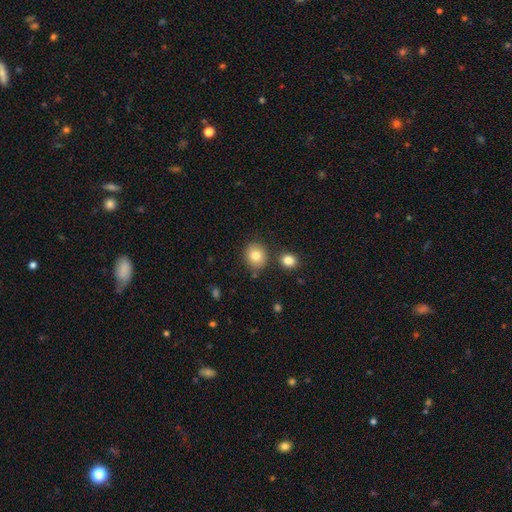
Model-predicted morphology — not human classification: The model was most divided on "how rounded": round: 78%, in between: 21%, cigar-shaped: 1%. More confident: smooth or featured — smooth (81%); merging — none (81%).